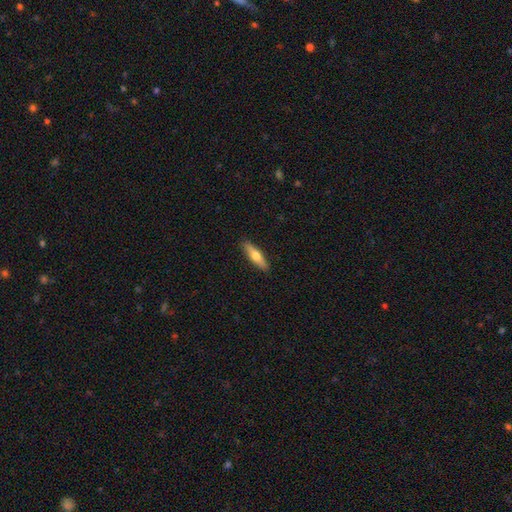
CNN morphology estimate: This is possibly a smooth galaxy (54%). How rounded: likely cigar-shaped (68%). Merging: clearly none (90%).